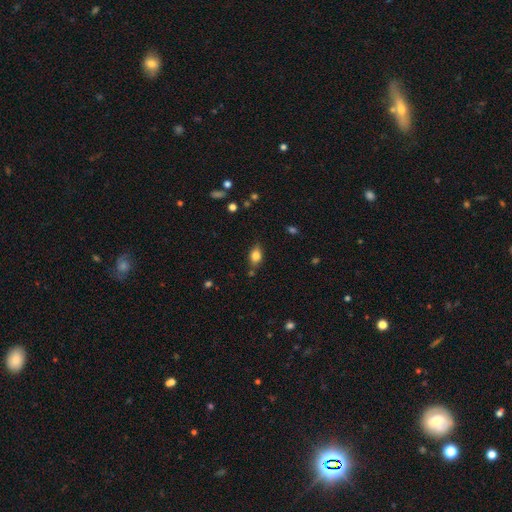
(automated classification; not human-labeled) Smooth or featured?
  - smooth: 81% *
  - featured or disk: 10%
  - star or artifact: 9%
How rounded?
  - in between: 81% *
  - round: 16%
  - cigar-shaped: 3%
Merging?
  - none: 76% *
  - minor disturbance: 16%
  - merger: 4%
  - major disturbance: 3%